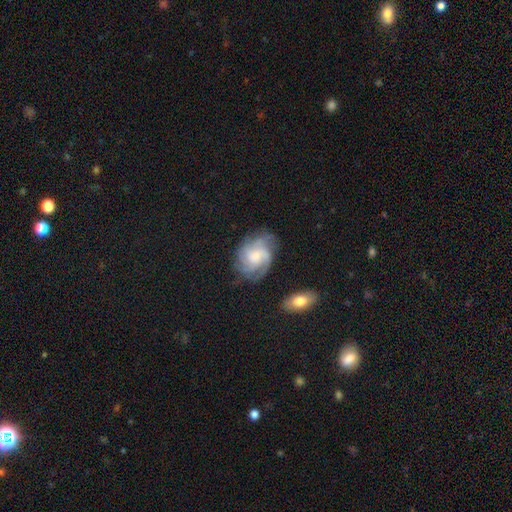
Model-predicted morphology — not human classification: Smooth or featured? Predicted: featured or disk (p=0.75). Edge-on disk? Predicted: no (p=0.97). Bar? Predicted: no (p=0.67). Spiral arms? Predicted: yes (p=0.94). Spiral winding? Predicted: tight (p=0.43). Spiral arm count? Predicted: 4 (p=0.29). Bulge size? Predicted: moderate (p=0.41). Merging? Predicted: none (p=0.69).